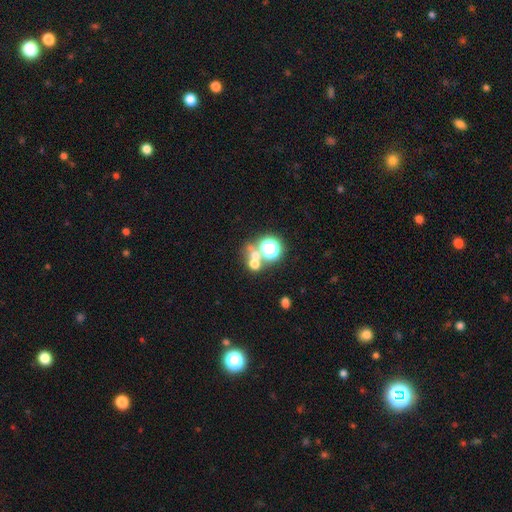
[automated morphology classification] smooth_or_featured: smooth (p=0.51) [alt: star or artifact p=0.35]
how_rounded: round (p=0.76) [alt: in between p=0.23]
merging: none (p=0.49) [alt: merger p=0.38]